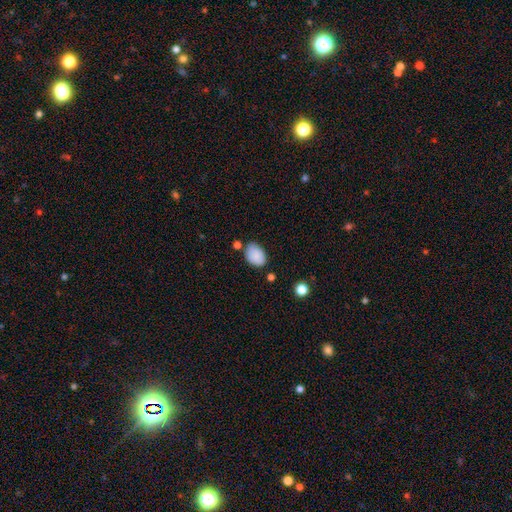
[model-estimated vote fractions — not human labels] Smooth or featured? Predicted: smooth (p=0.86). How rounded? Predicted: in between (p=0.84). Merging? Predicted: none (p=0.65).